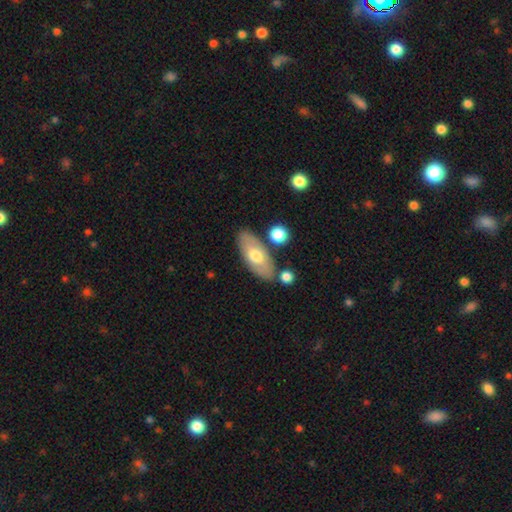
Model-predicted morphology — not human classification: Smooth or featured? smooth (60%)
How rounded? in between (86%)
Merging? none (77%)